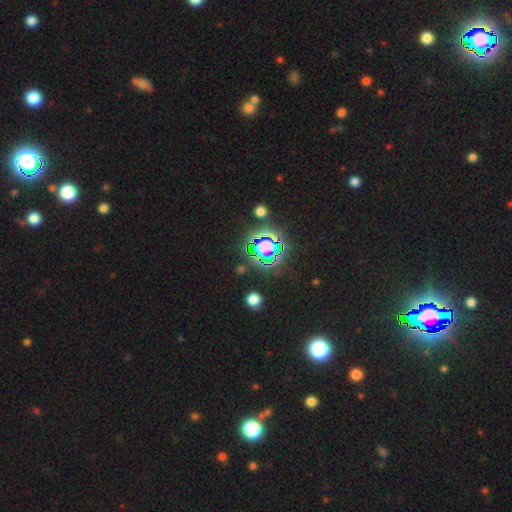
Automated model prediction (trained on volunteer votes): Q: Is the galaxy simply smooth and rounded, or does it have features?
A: star or artifact — 81%.